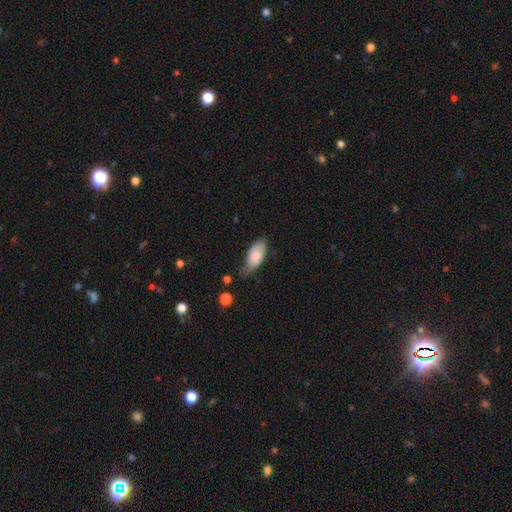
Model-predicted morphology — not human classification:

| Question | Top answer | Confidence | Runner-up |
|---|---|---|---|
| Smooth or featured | smooth | 83% | featured or disk (11%) |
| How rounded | in between | 91% | cigar-shaped (7%) |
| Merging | none | 47% | minor disturbance (40%) |